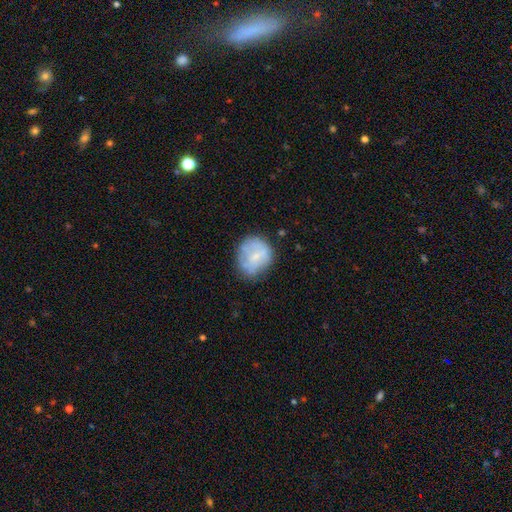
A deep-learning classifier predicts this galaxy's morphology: smooth-or-featured: smooth: 55% | featured or disk: 37% | star or artifact: 8%
  how-rounded: round: 78% | in between: 21% | cigar-shaped: 1%
  merging: none: 59% | minor disturbance: 26% | major disturbance: 12% | merger: 3%